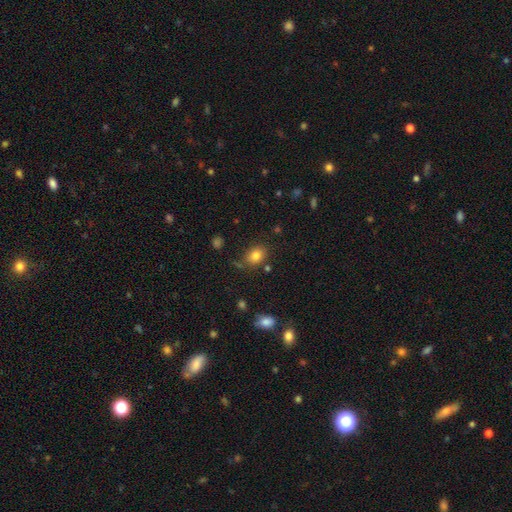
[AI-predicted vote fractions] Morphology: type=smooth (81%); roundness=in between (59%); merging=none (76%).